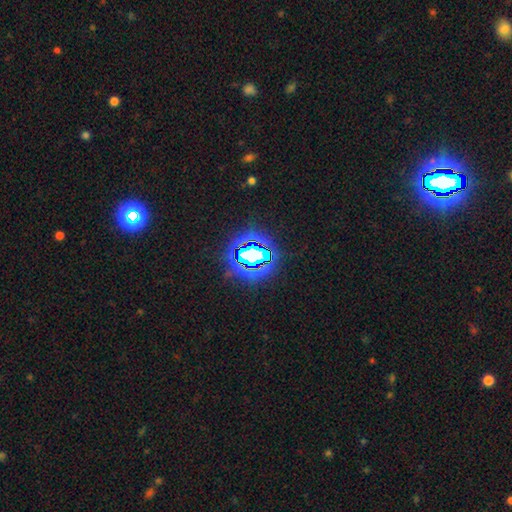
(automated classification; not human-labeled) smooth-or-featured: star or artifact: 77% | smooth: 13% | featured or disk: 9%